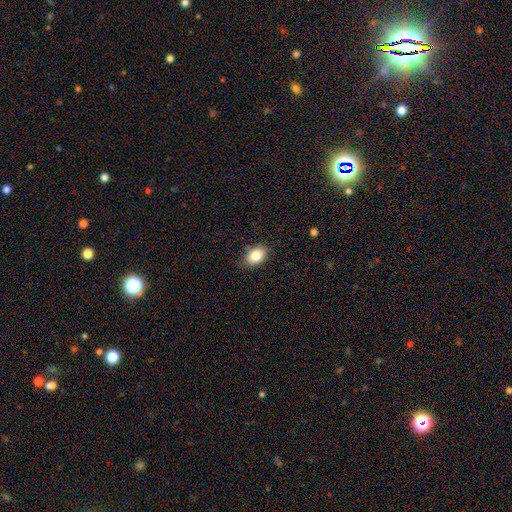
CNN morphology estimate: smooth_or_featured: smooth (p=0.84) [alt: star or artifact p=0.08]
how_rounded: in between (p=0.82) [alt: round p=0.16]
merging: none (p=0.77) [alt: minor disturbance p=0.18]